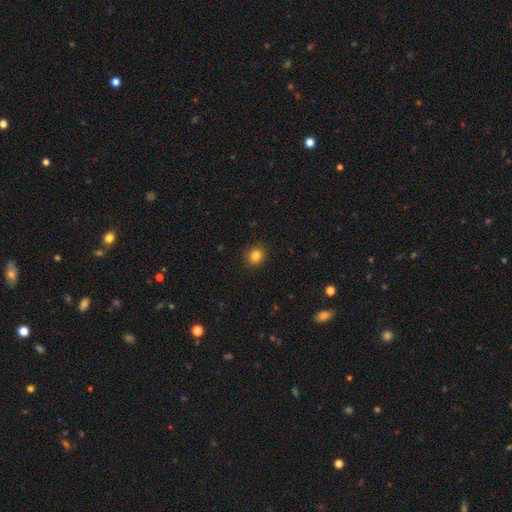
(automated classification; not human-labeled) A smooth galaxy with no disk features (83%) that is round (86%).

Vote fractions:
- Smooth or featured? smooth: 83% / star or artifact: 12% / featured or disk: 5%
- How rounded? round: 86% / in between: 13% / cigar-shaped: 1%
- Merging? none: 91% / minor disturbance: 6% / major disturbance: 2% / merger: 1%